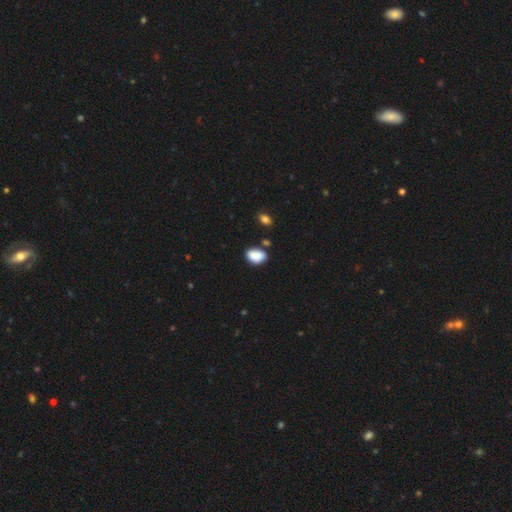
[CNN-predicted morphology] Overall: smooth (87%). How rounded: in between (85%). Merging: none (71%).